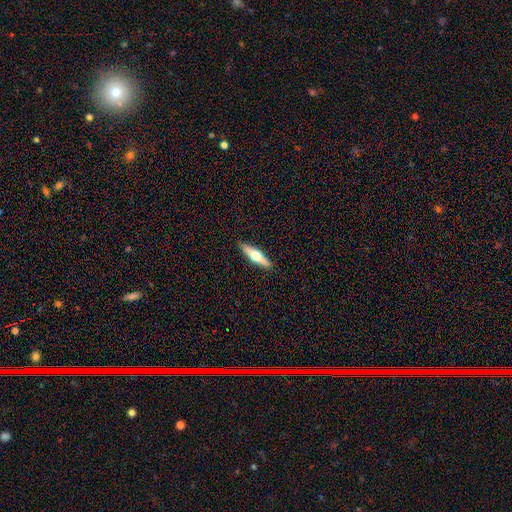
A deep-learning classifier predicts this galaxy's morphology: Overall: featured or disk (62%; smooth 33%). Edge-on disk: yes (96%). Edge-on bulge: rounded (96%). Merging: none (91%).